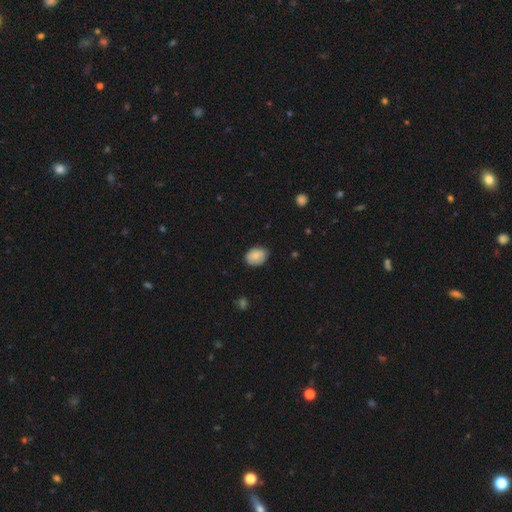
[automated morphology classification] Smooth or featured: smooth — 80% (featured or disk — 13%)
How rounded: in between — 68% (round — 32%)
Merging: none — 79% (minor disturbance — 18%)